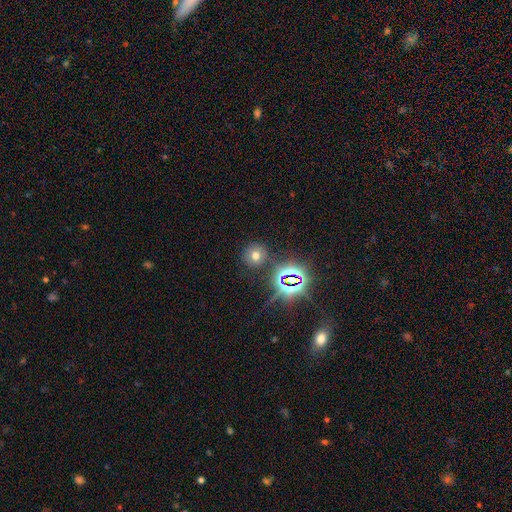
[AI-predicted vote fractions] Smooth or featured?
  - smooth: 60% *
  - star or artifact: 28%
  - featured or disk: 12%
How rounded?
  - round: 90% *
  - in between: 8%
  - cigar-shaped: 1%
Merging?
  - none: 84% *
  - minor disturbance: 8%
  - merger: 4%
  - major disturbance: 3%